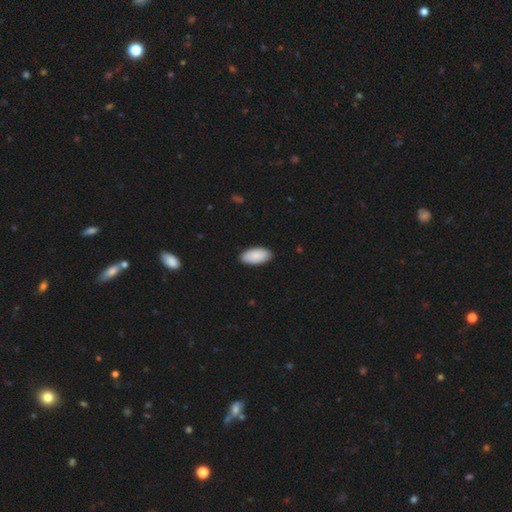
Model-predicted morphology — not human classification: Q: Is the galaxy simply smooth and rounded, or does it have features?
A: smooth — 91%.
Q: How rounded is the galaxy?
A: in between — 95%.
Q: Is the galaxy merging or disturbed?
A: none — 89%.